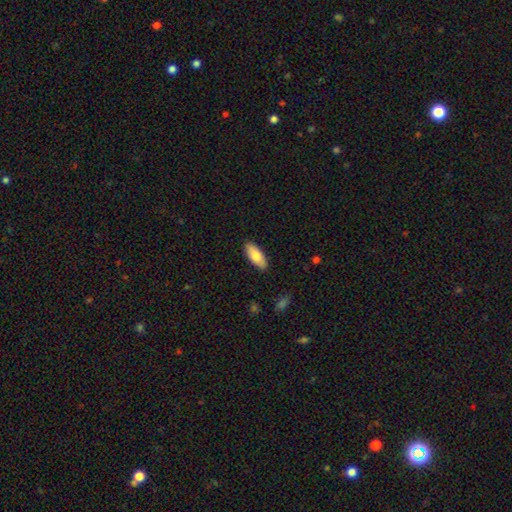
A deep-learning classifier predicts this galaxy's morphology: Smooth or featured: smooth — 80% (featured or disk — 14%)
How rounded: in between — 79% (cigar-shaped — 19%)
Merging: none — 88% (minor disturbance — 9%)